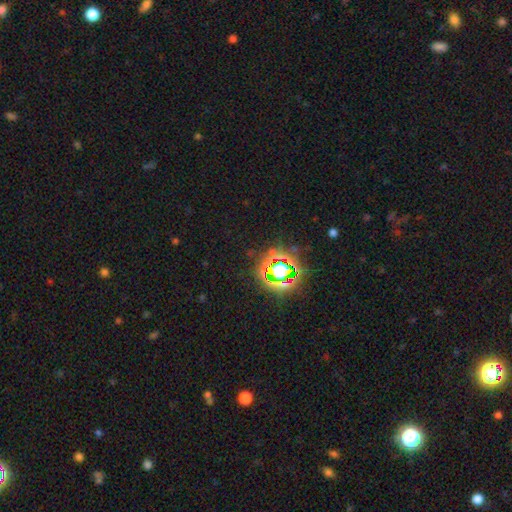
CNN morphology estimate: A star or artifact, not a galaxy (81%).